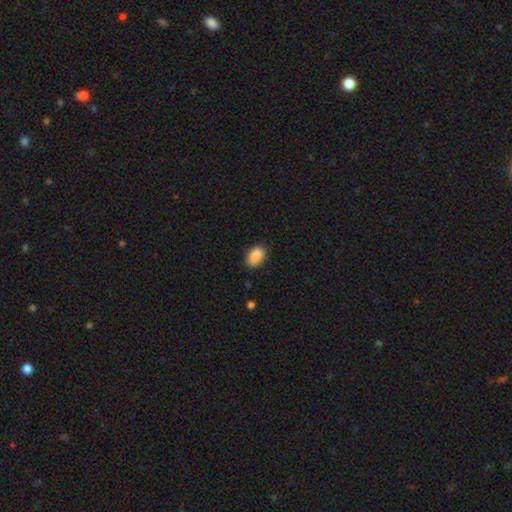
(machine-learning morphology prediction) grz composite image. It shows a smooth galaxy with no disk features (89%) that is in between round and cigar-shaped (89%). Merging: none (85%).